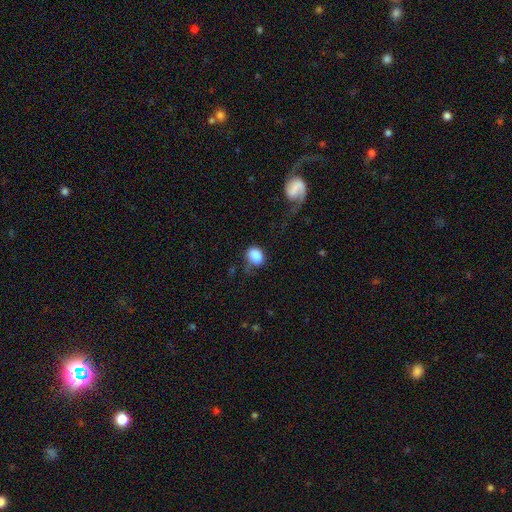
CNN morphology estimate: This appears to be a smooth galaxy with no disk features (85%) that is in between round and cigar-shaped (60%). Merging: none (55%).